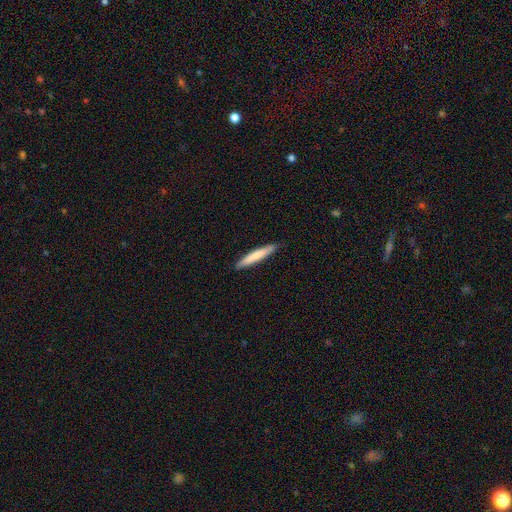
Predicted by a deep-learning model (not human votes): The model was most divided on "smooth or featured": smooth: 76%, featured or disk: 19%, star or artifact: 5%. More confident: how rounded — cigar-shaped (95%); merging — none (90%).